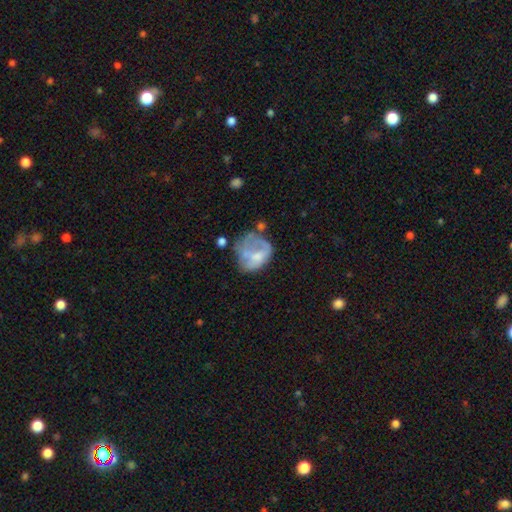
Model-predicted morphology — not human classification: smooth_or_featured: smooth (p=0.47) [alt: featured or disk p=0.43]
merging: major disturbance (p=0.35) [alt: none p=0.31]